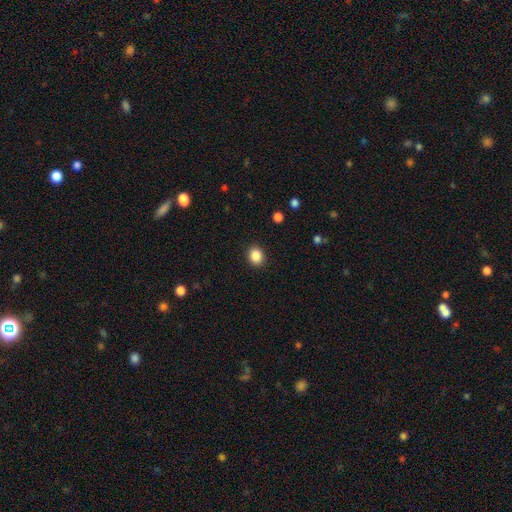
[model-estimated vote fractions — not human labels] Morphology: type=smooth (87%); roundness=round (61%); merging=none (91%).